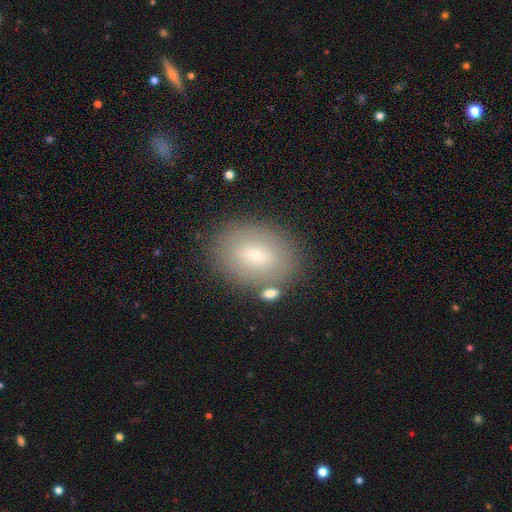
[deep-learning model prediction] smooth_or_featured: smooth (p=0.66) [alt: featured or disk p=0.24]
how_rounded: in between (p=0.73) [alt: round p=0.26]
merging: none (p=0.82) [alt: minor disturbance p=0.11]